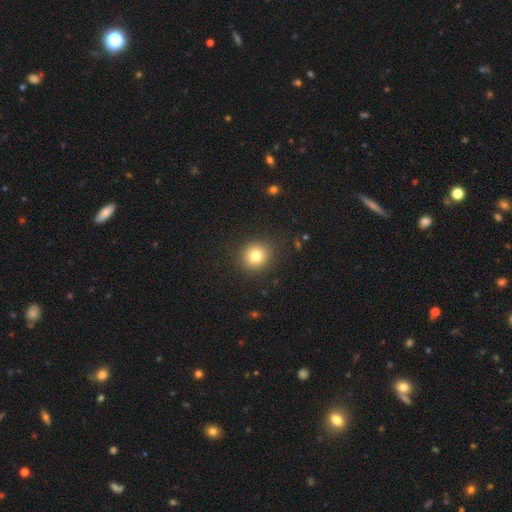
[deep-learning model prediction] A smooth galaxy with no disk features (80%) that is round (88%). Merging: none (90%).